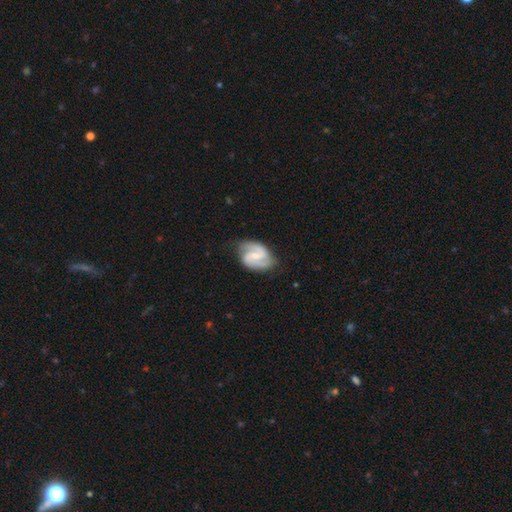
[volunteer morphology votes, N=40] A featured or disk galaxy (82%) with a weak bar (53%), 2 (100%) medium (62%) spiral arms (100%) and a small central bulge (53%).

Vote fractions:
- Smooth or featured? featured or disk: 82% / smooth: 12% / star or artifact: 5%
- Edge-on disk? no: 97% / yes: 3%
- Bar? weak: 53% / strong: 28% / no: 19%
- Spiral arms? yes: 100% / no: 0%
- Spiral winding? medium: 62% / tight: 22% / loose: 16%
- Spiral arm count? 2: 100% / 1: 0% / 3: 0% / 4: 0% / more than 4: 0% / can't tell: 0%
- Bulge size? small: 53% / moderate: 34% / dominant: 6% / none: 6% / large: 0%
- Merging? none: 71% / minor disturbance: 21% / major disturbance: 8% / merger: 0%